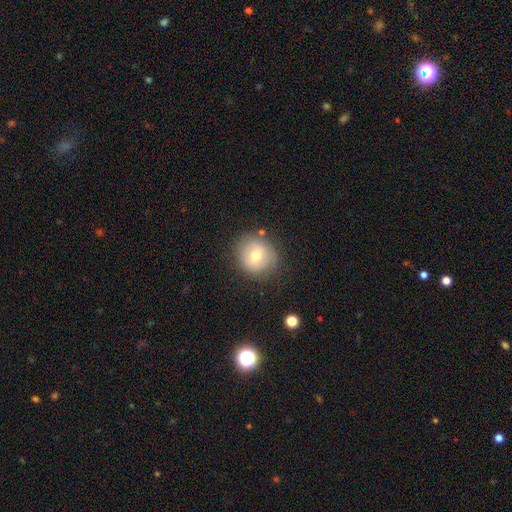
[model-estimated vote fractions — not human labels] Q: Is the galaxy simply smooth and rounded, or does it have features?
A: smooth — 68%.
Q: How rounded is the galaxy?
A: round — 87%.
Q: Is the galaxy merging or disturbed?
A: none — 79%.